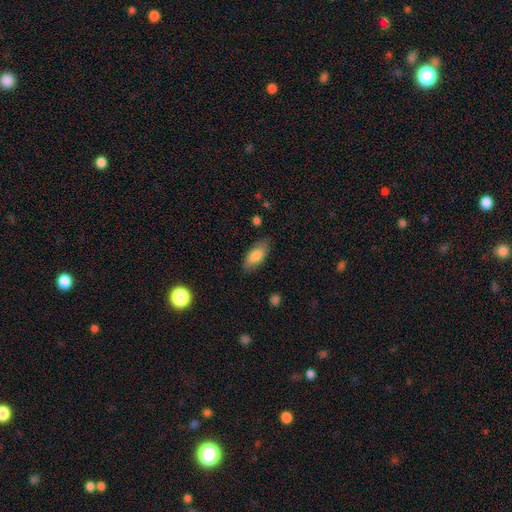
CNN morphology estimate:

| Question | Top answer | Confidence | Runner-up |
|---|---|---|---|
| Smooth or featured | smooth | 81% | featured or disk (13%) |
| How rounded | in between | 86% | cigar-shaped (12%) |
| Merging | none | 81% | minor disturbance (14%) |